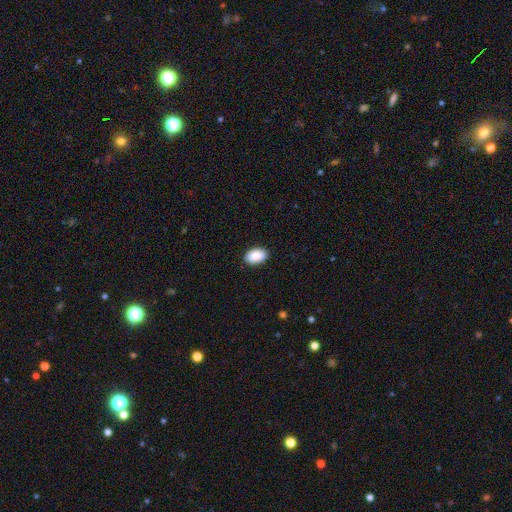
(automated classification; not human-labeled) smooth 88%, star or artifact 7%, featured or disk 5%. Down the decision tree: how rounded — in between (91%); merging — none (89%).